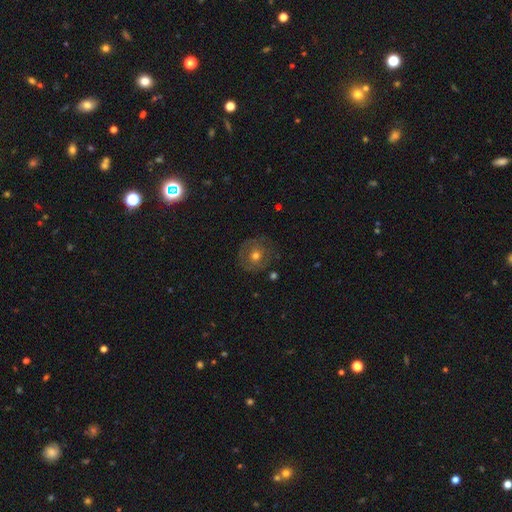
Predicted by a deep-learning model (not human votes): This is possibly a smooth galaxy (49%). Merging: likely none (78%).